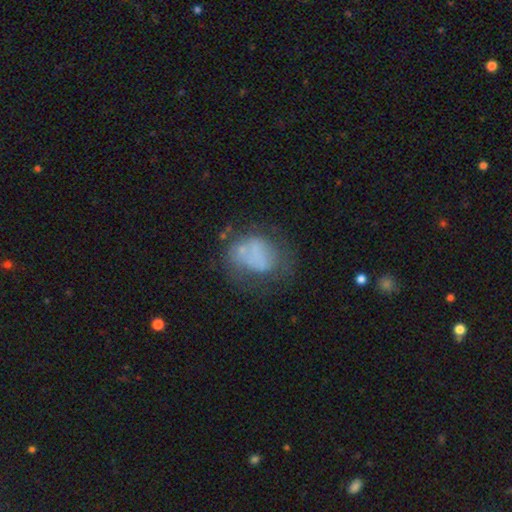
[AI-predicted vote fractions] Smooth or featured?
  - smooth: 51% *
  - featured or disk: 37%
  - star or artifact: 12%
How rounded?
  - in between: 59% *
  - round: 39%
  - cigar-shaped: 1%
Merging?
  - none: 37% *
  - major disturbance: 29%
  - minor disturbance: 24%
  - merger: 10%